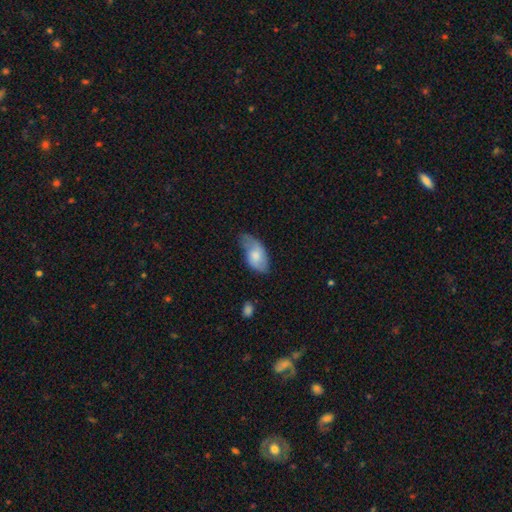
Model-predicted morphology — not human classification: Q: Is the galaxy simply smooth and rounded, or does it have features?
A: smooth — 69%.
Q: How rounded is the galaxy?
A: in between — 93%.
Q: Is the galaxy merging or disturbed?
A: none — 42%, tied with minor disturbance.